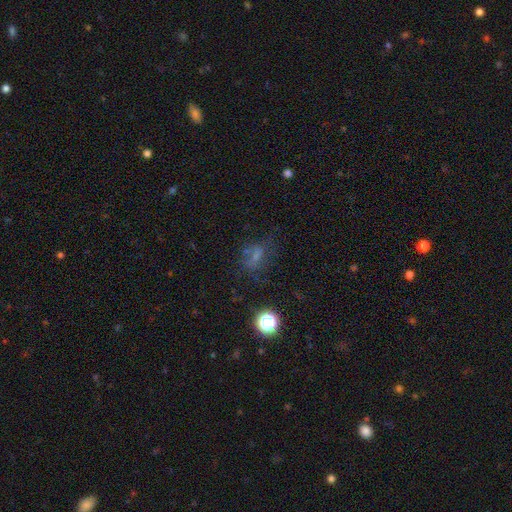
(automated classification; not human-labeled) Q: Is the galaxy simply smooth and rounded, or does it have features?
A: smooth — 52%.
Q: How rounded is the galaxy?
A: in between — 61%.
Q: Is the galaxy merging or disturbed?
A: none — 54%.